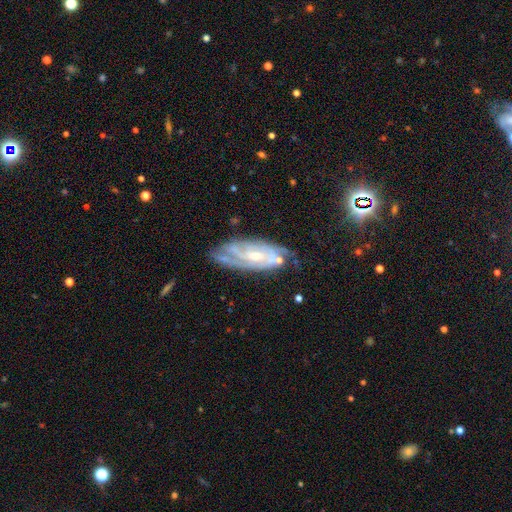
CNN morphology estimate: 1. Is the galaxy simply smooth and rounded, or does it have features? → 82% featured or disk, 10% smooth, 7% star or artifact.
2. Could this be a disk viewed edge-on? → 91% no, 9% yes.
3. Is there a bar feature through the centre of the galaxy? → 53% no, 37% weak, 10% strong.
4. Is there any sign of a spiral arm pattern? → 93% yes, 7% no.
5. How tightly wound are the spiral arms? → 61% tight, 31% medium, 8% loose.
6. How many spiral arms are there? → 37% can't tell, 26% 2, 20% 3, 8% 4, 5% 1, 5% more than 4.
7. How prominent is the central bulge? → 59% small, 36% moderate, 3% none, 2% large, 1% dominant.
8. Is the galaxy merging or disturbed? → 67% none, 22% minor disturbance, 7% major disturbance, 4% merger.